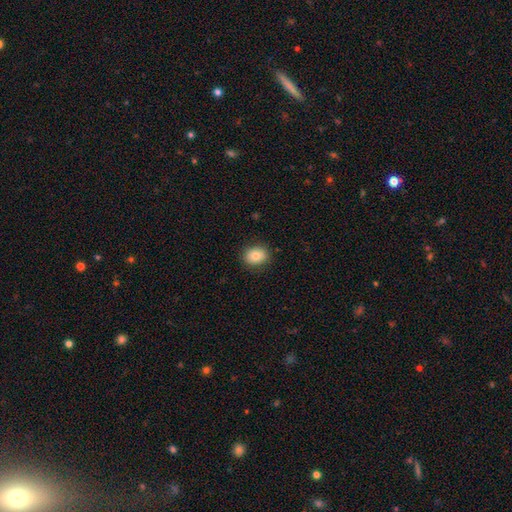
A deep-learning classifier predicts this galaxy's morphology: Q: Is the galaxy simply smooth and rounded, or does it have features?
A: smooth — 82%.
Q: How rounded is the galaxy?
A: round — 54%.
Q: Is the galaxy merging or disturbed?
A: none — 88%.